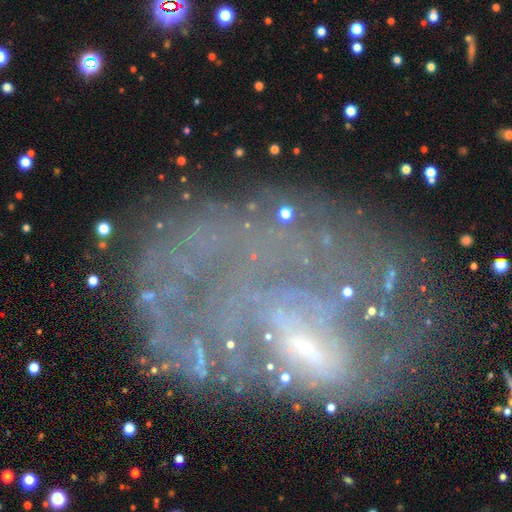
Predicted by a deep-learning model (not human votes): A featured or disk galaxy (71%) with no bar (50%), spiral arms (53%) and a small central bulge (40%).

Vote fractions:
- Smooth or featured? featured or disk: 71% / smooth: 15% / star or artifact: 14%
- Edge-on disk? no: 96% / yes: 4%
- Bar? no: 50% / weak: 35% / strong: 14%
- Spiral arms? yes: 53% / no: 47%
- Bulge size? small: 40% / none: 31% / moderate: 23% / large: 4% / dominant: 2%
- Merging? none: 41% / major disturbance: 34% / minor disturbance: 20% / merger: 6%